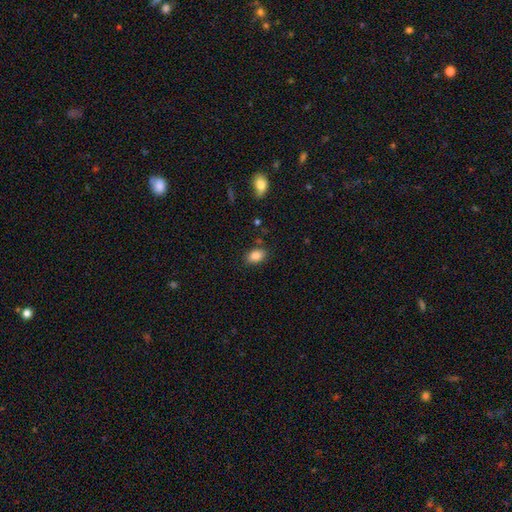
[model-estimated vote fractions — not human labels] A smooth galaxy with no disk features (85%) that is in between round and cigar-shaped (85%).

Vote fractions:
- Smooth or featured? smooth: 85% / star or artifact: 9% / featured or disk: 6%
- How rounded? in between: 85% / round: 13% / cigar-shaped: 1%
- Merging? none: 83% / minor disturbance: 12% / major disturbance: 3% / merger: 3%